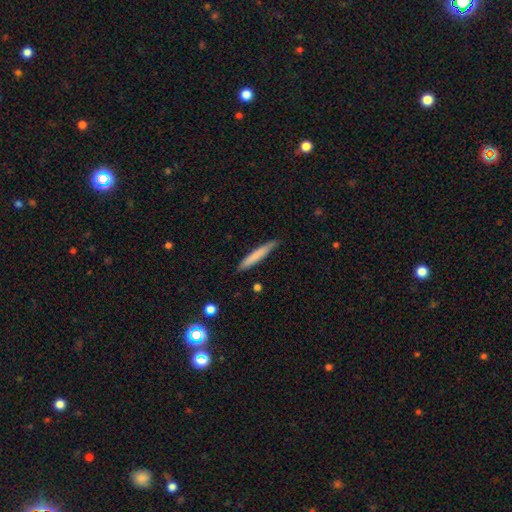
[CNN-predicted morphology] Q: Smooth or featured?
A: smooth (74%); runner-up: featured or disk (19%)
Q: How rounded?
A: cigar-shaped (94%); runner-up: in between (4%)
Q: Merging?
A: none (85%); runner-up: minor disturbance (11%)